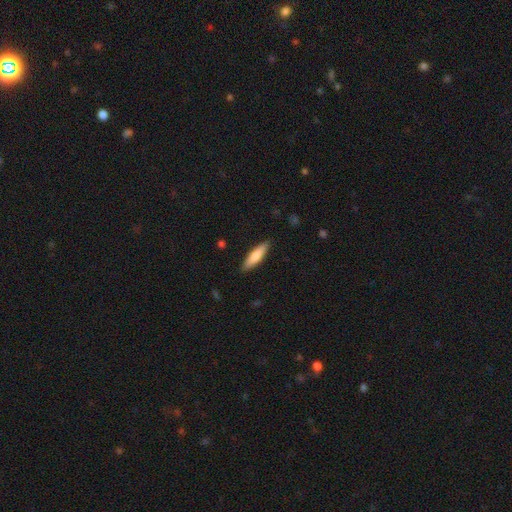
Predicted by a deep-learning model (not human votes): The model was most divided on "how rounded": cigar-shaped: 69%, in between: 29%, round: 1%. More confident: merging — none (87%); smooth or featured — smooth (75%).